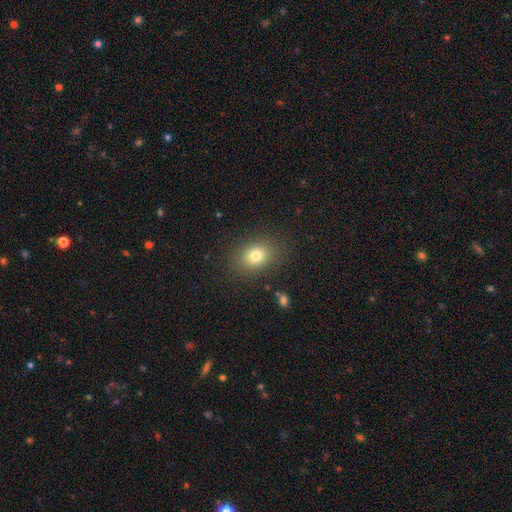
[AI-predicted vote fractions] This appears to be a smooth galaxy with no disk features (77%) that is in between round and cigar-shaped (56%). Merging: none (86%).